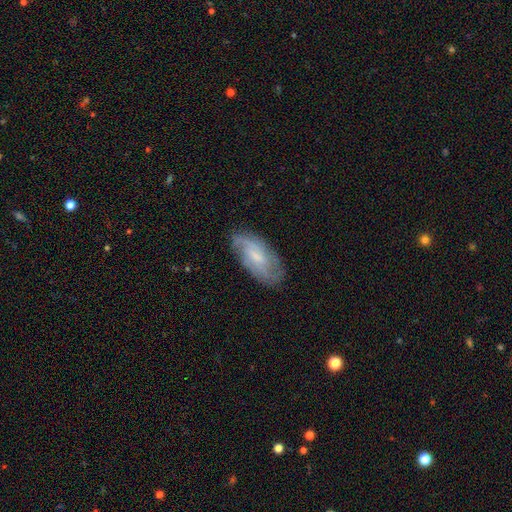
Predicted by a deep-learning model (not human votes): This is likely a featured or disk galaxy (66%). It is clearly not viewed edge-on (92%). Bar: possibly weak (47%). Spiral arm pattern: clearly yes (90%). Spiral arm count: marginally 2 (37%). Spiral winding: marginally medium (42%). Central bulge: possibly small (46%). Merging: likely none (74%).